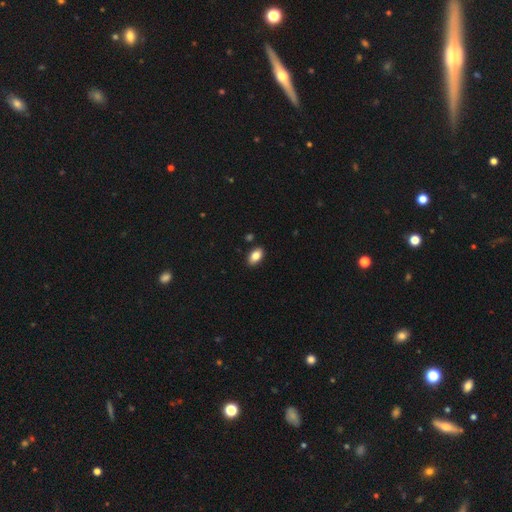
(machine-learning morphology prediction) Smooth or featured? Predicted: smooth (p=0.83). How rounded? Predicted: in between (p=0.92). Merging? Predicted: none (p=0.88).